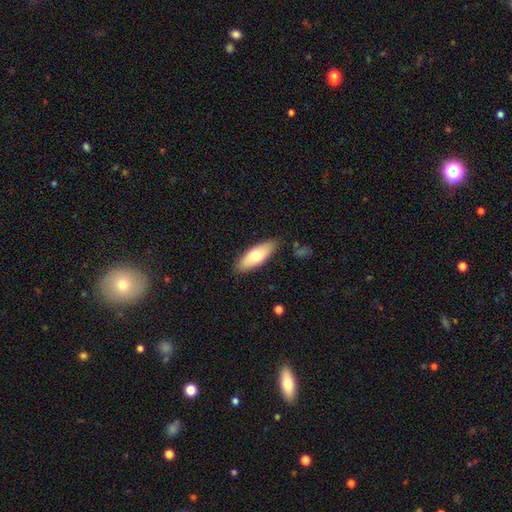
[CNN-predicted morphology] type=smooth (69%); roundness=in between (69%); merging=none (86%).